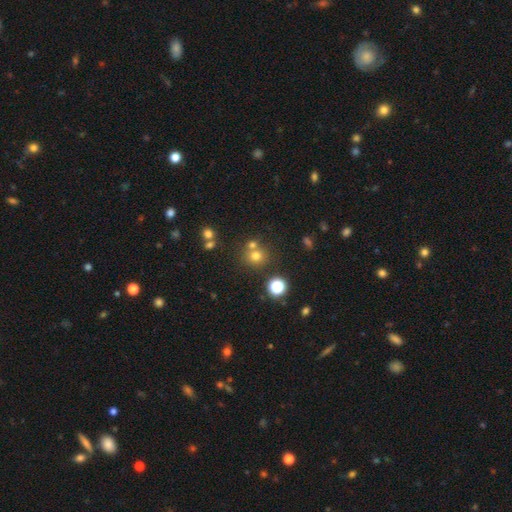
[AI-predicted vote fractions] smooth 70%, star or artifact 21%, featured or disk 10%. Down the decision tree: how rounded — round (88%); merging — none (65%).